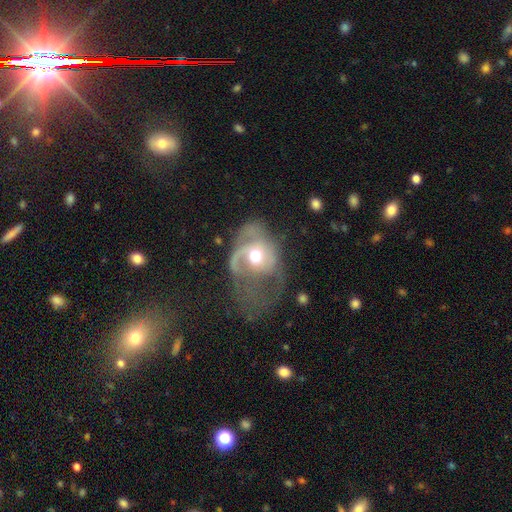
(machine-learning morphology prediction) smooth_or_featured: featured or disk (p=0.66) [alt: smooth p=0.26]
disk_edge_on: no (p=0.96) [alt: yes p=0.04]
bar: no (p=0.73) [alt: weak p=0.21]
has_spiral_arms: yes (p=0.68) [alt: no p=0.32]
bulge_size: moderate (p=0.71) [alt: large p=0.14]
merging: major disturbance (p=0.58) [alt: none p=0.21]